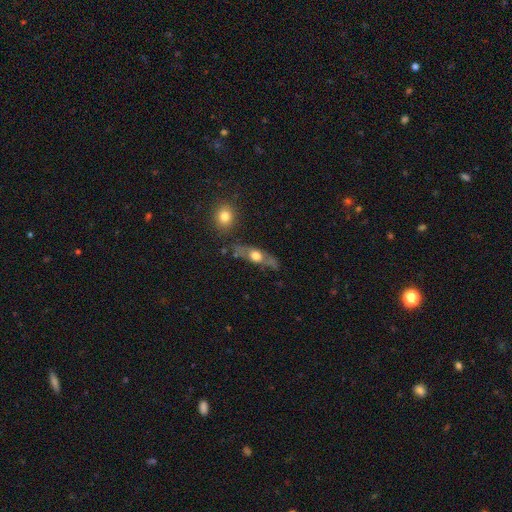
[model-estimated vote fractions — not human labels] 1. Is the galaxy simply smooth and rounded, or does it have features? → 53% featured or disk, 39% smooth, 8% star or artifact.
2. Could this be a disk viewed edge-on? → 61% yes, 39% no.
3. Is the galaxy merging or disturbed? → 66% none, 19% minor disturbance, 8% major disturbance, 7% merger.